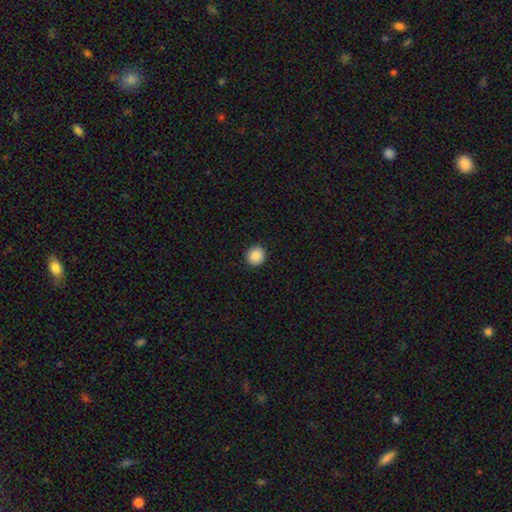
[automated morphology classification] smooth-or-featured: smooth: 88% | star or artifact: 9% | featured or disk: 3%
  how-rounded: round: 89% | in between: 10% | cigar-shaped: 1%
  merging: none: 93% | minor disturbance: 5% | major disturbance: 2% | merger: 1%